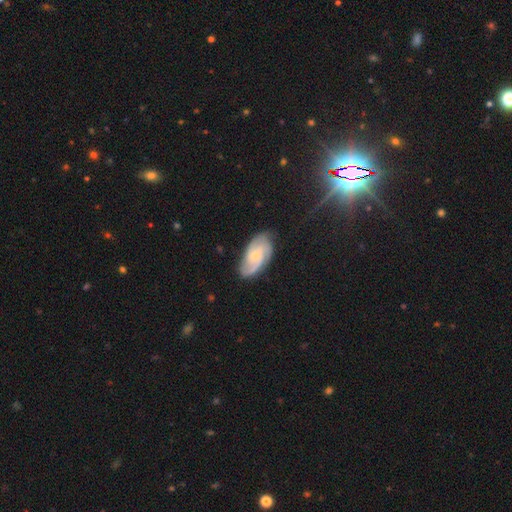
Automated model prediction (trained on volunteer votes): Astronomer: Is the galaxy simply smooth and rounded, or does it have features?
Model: featured or disk — 76%.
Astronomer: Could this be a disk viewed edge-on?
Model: no — 96%.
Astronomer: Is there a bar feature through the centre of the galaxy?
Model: no — 67%.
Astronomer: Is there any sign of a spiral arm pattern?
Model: yes — 96%.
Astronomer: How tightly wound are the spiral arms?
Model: tight — 46% (runner-up: medium, 41%).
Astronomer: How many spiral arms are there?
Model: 3 — 33%, tied with 2 at 33%.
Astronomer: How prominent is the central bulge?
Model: small — 67%.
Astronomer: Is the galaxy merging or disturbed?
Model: none — 74%.